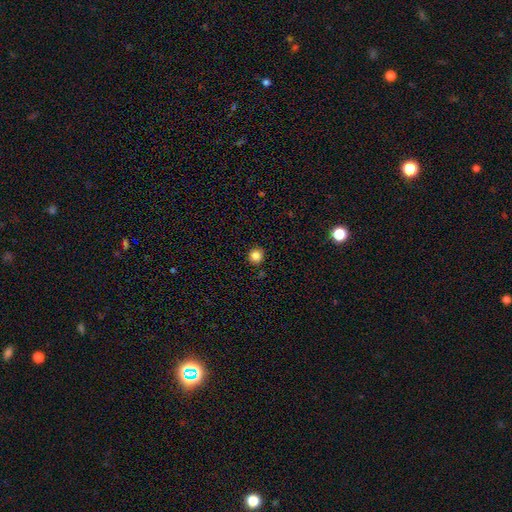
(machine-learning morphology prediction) This appears to be a smooth galaxy with no disk features (83%) that is round (94%). Merging: none (90%).